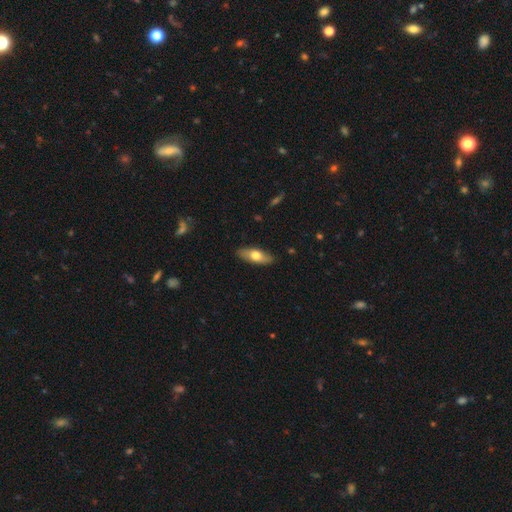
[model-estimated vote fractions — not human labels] Smooth or featured? smooth (64%)
How rounded? in between (67%)
Merging? none (88%)